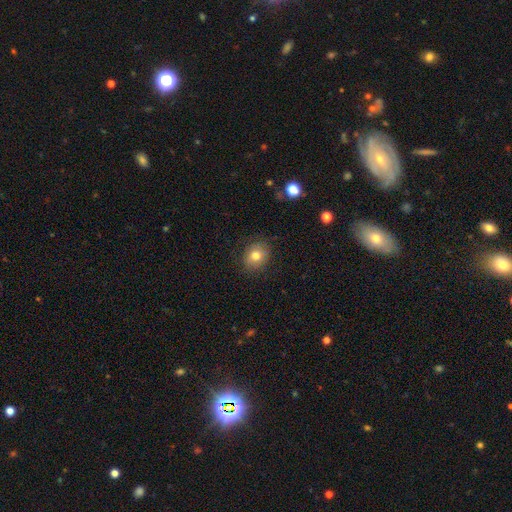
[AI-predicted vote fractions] Morphology: type=smooth (78%); roundness=round (56%); merging=none (83%).